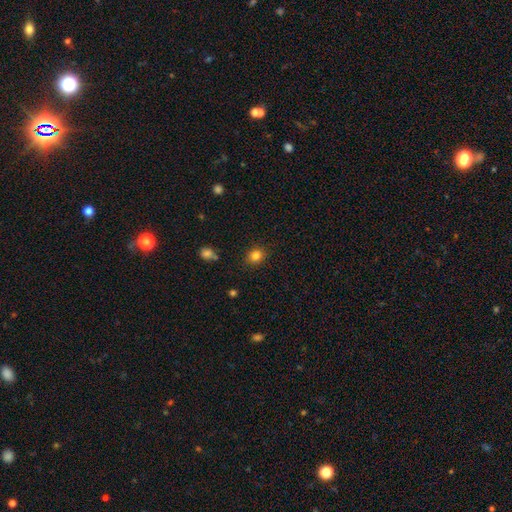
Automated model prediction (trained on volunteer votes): This is clearly a smooth galaxy (82%). How rounded: likely round (69%). Merging: clearly none (87%).